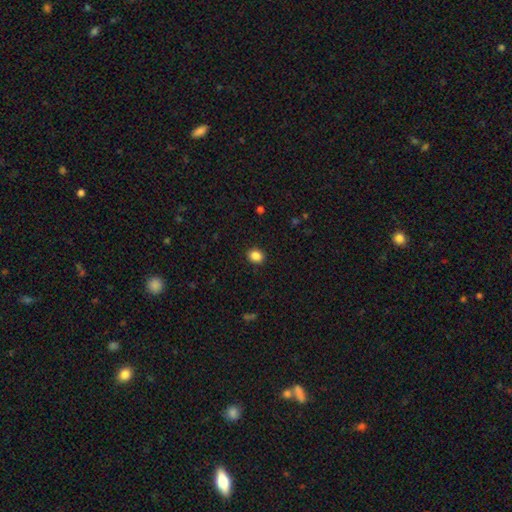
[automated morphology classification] This is clearly a smooth galaxy (87%). How rounded: likely round (61%). Merging: clearly none (91%).